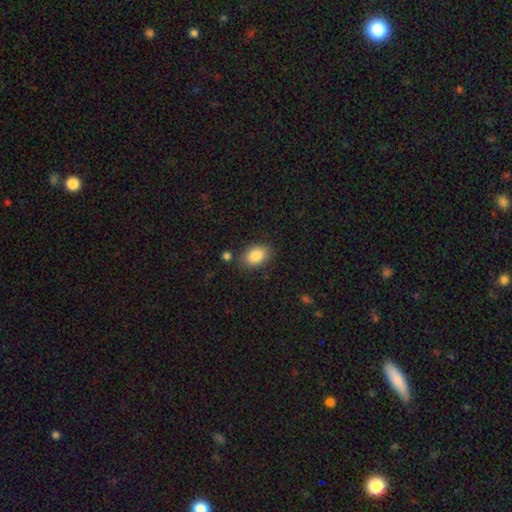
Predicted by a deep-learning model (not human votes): smooth-or-featured: smooth: 87% | star or artifact: 7% | featured or disk: 6%
  how-rounded: in between: 84% | round: 15% | cigar-shaped: 1%
  merging: none: 81% | minor disturbance: 12% | merger: 4% | major disturbance: 3%